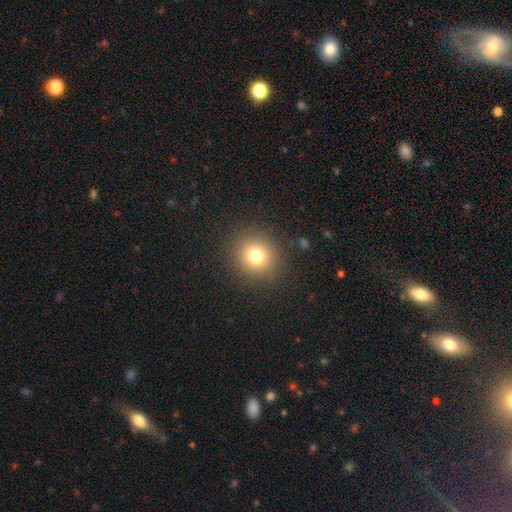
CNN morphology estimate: A smooth galaxy with no disk features (75%) that is round (92%). Merging: none (89%).